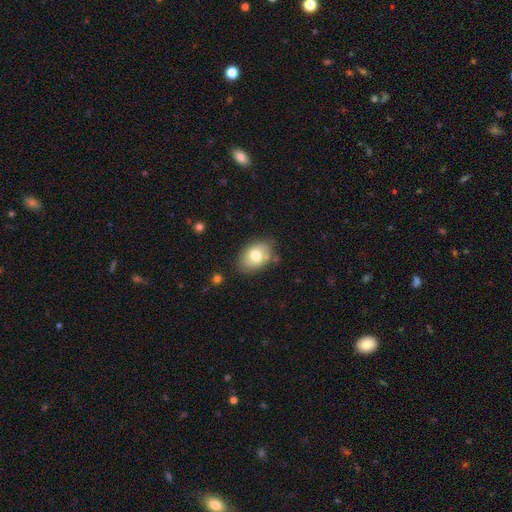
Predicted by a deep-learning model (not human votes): Q: Smooth or featured?
A: smooth (74%); runner-up: featured or disk (18%)
Q: How rounded?
A: in between (80%); runner-up: round (19%)
Q: Merging?
A: none (75%); runner-up: minor disturbance (18%)